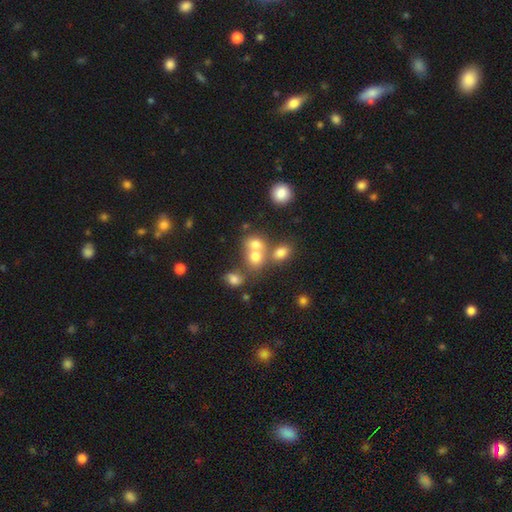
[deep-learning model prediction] Smooth or featured?
  - smooth: 68% *
  - star or artifact: 17%
  - featured or disk: 15%
How rounded?
  - round: 64% *
  - in between: 35%
  - cigar-shaped: 1%
Merging?
  - merger: 51% *
  - none: 36%
  - minor disturbance: 8%
  - major disturbance: 5%